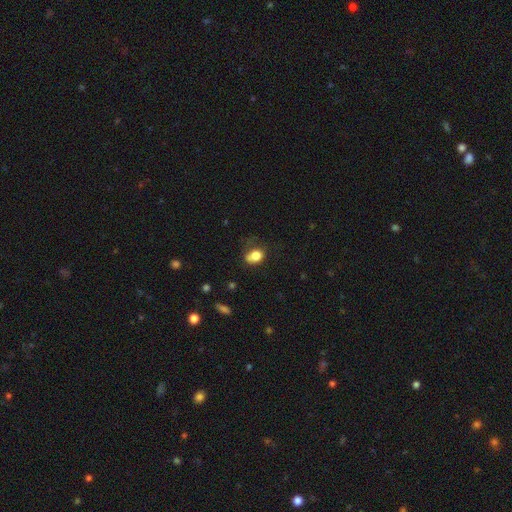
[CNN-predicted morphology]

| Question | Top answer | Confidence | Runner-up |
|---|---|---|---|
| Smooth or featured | smooth | 77% | featured or disk (13%) |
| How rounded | in between | 55% | round (44%) |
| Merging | none | 39% | minor disturbance (30%) |